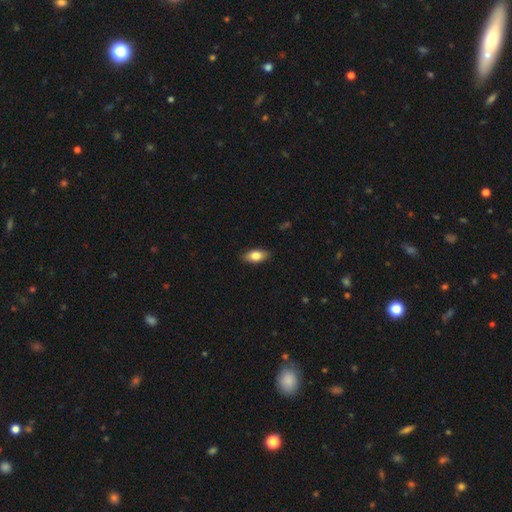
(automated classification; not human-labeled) Smooth or featured? Predicted: smooth (p=0.80). How rounded? Predicted: in between (p=0.90). Merging? Predicted: none (p=0.88).